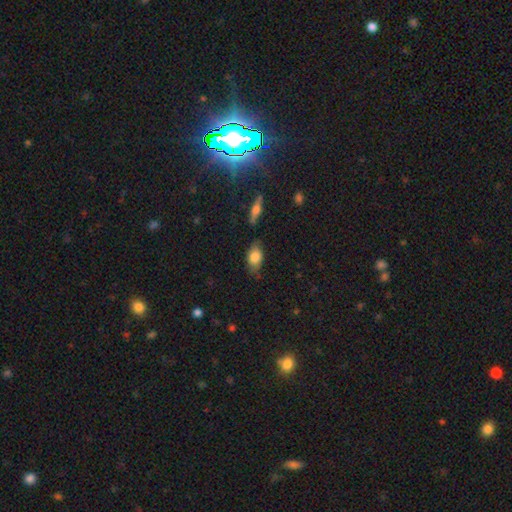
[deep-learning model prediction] A smooth galaxy with no disk features (77%) that is in between round and cigar-shaped (86%).

Vote fractions:
- Smooth or featured? smooth: 77% / featured or disk: 16% / star or artifact: 7%
- How rounded? in between: 86% / round: 8% / cigar-shaped: 6%
- Merging? none: 66% / minor disturbance: 24% / major disturbance: 5% / merger: 4%